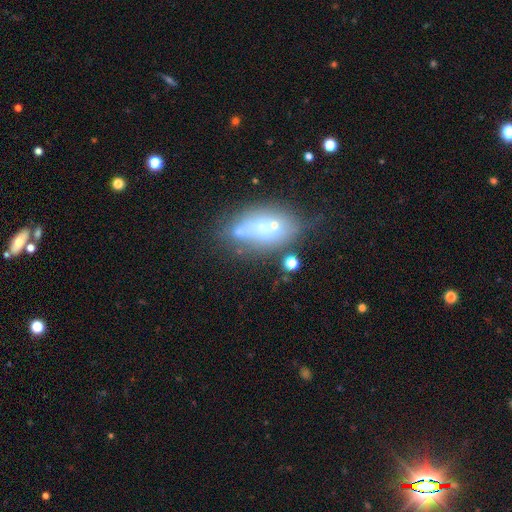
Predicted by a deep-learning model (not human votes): Overall: featured or disk (41%, tied with smooth). Merging: none (56%; minor disturbance 20%).